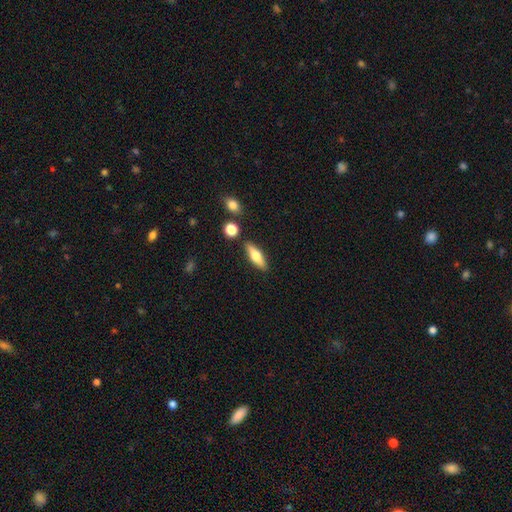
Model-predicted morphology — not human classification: Smooth or featured? Predicted: smooth (p=0.61). How rounded? Predicted: cigar-shaped (p=0.49). Merging? Predicted: none (p=0.84).